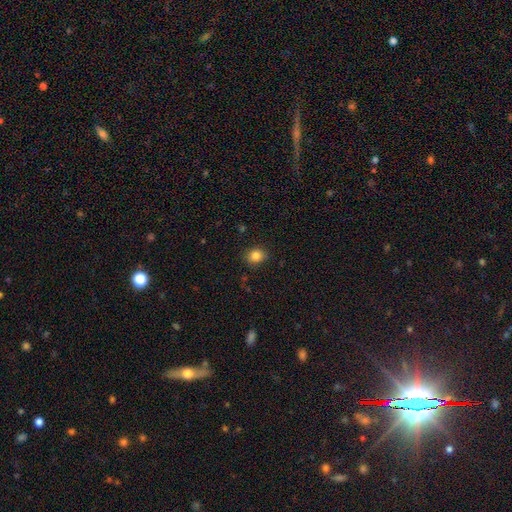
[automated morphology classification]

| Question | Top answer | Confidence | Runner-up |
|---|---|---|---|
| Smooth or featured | smooth | 85% | star or artifact (10%) |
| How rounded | round | 65% | in between (34%) |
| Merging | none | 86% | minor disturbance (10%) |